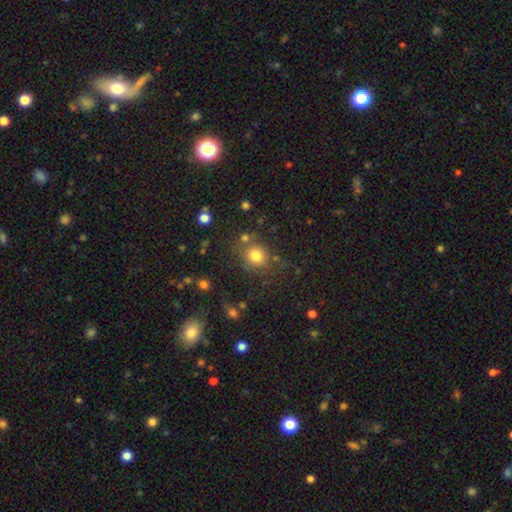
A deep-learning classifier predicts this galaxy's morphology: This appears to be a smooth galaxy with no disk features (78%) that is round (81%). Merging: none (75%).